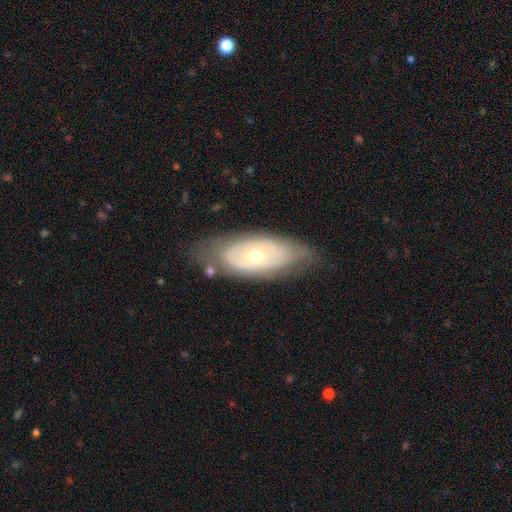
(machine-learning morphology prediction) Smooth or featured: featured or disk — 62% (smooth — 32%)
Edge-on disk: no — 88% (yes — 12%)
Bar: no — 84% (weak — 12%)
Spiral arms: no — 59% (yes — 41%)
Bulge size: moderate — 52% (small — 44%)
Merging: none — 66% (minor disturbance — 23%)